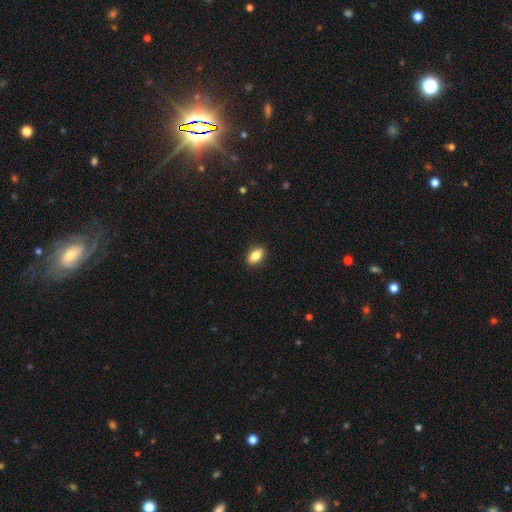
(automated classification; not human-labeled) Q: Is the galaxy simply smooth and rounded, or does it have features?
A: smooth — 83%.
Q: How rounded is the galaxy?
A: in between — 88%.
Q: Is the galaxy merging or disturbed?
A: none — 90%.